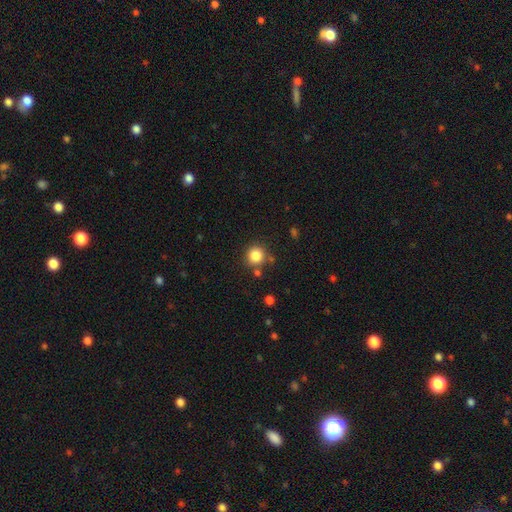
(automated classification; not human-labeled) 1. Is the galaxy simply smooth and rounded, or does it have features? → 84% smooth, 11% star or artifact, 5% featured or disk.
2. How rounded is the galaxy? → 93% round, 6% in between, 1% cigar-shaped.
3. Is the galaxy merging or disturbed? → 82% none, 9% minor disturbance, 6% merger, 3% major disturbance.